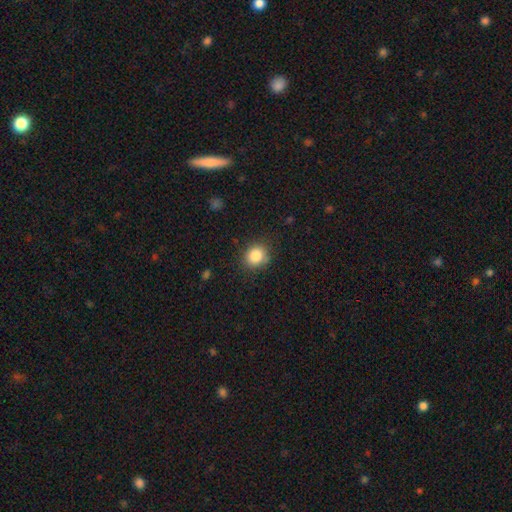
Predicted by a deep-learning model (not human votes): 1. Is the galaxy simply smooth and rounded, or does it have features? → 85% smooth, 10% star or artifact, 5% featured or disk.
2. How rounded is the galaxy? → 74% round, 25% in between, 1% cigar-shaped.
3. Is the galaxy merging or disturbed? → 83% none, 13% minor disturbance, 3% major disturbance, 1% merger.